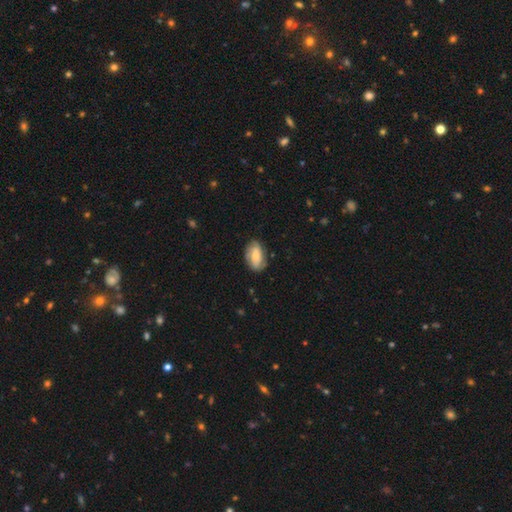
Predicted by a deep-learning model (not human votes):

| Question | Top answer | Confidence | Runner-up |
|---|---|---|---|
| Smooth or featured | smooth | 59% | featured or disk (34%) |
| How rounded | in between | 91% | round (6%) |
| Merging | none | 76% | minor disturbance (19%) |